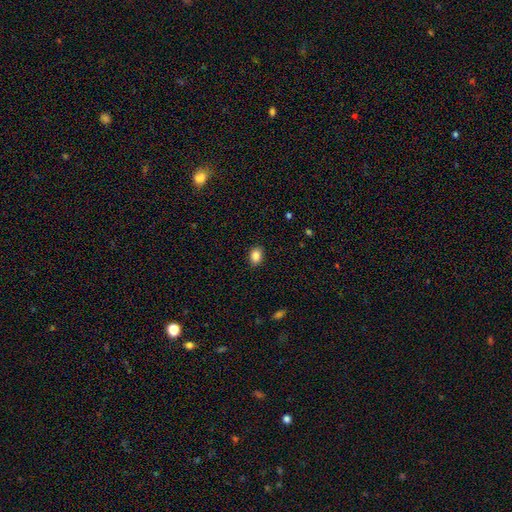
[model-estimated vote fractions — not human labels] Q: Smooth or featured?
A: smooth (85%); runner-up: star or artifact (9%)
Q: How rounded?
A: in between (71%); runner-up: round (27%)
Q: Merging?
A: none (88%); runner-up: minor disturbance (9%)